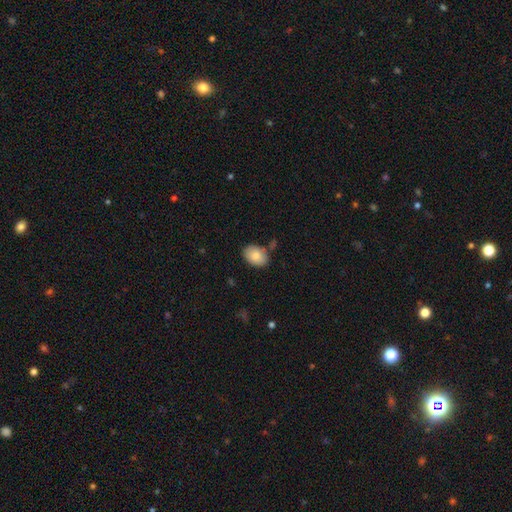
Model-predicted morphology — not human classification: A smooth galaxy with no disk features (85%) that is in between round and cigar-shaped (80%).

Vote fractions:
- Smooth or featured? smooth: 85% / featured or disk: 8% / star or artifact: 7%
- How rounded? in between: 80% / round: 19% / cigar-shaped: 1%
- Merging? none: 75% / minor disturbance: 15% / merger: 6% / major disturbance: 3%